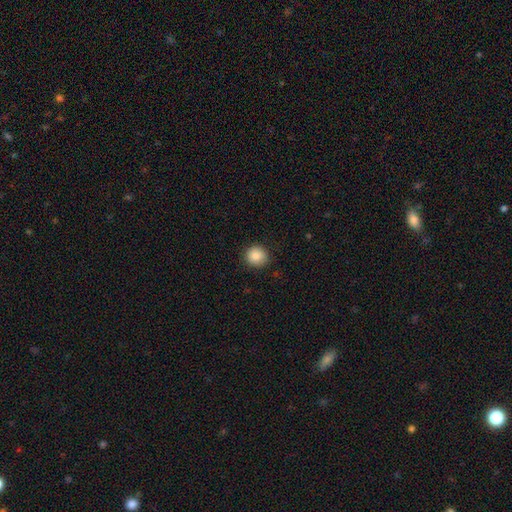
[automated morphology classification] Smooth or featured?
  - smooth: 87% *
  - star or artifact: 9%
  - featured or disk: 5%
How rounded?
  - round: 90% *
  - in between: 9%
  - cigar-shaped: 1%
Merging?
  - none: 88% *
  - minor disturbance: 8%
  - major disturbance: 2%
  - merger: 1%